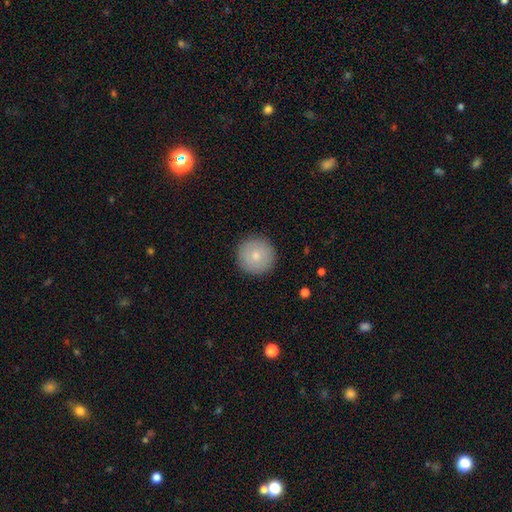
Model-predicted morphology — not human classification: Overall: smooth (78%). How rounded: round (96%). Merging: none (91%).